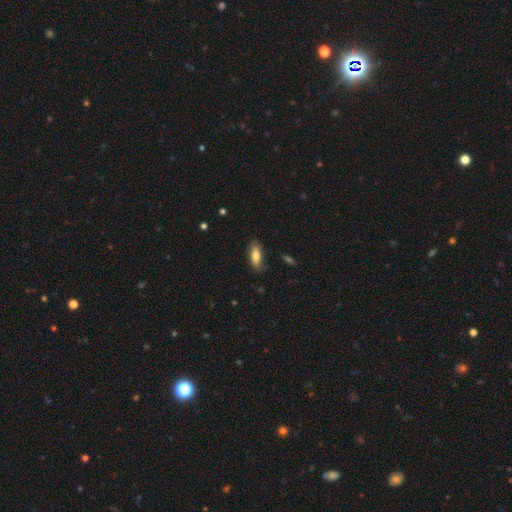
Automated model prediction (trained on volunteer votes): Smooth or featured: smooth — 74% (featured or disk — 19%)
How rounded: in between — 70% (cigar-shaped — 28%)
Merging: none — 79% (minor disturbance — 16%)